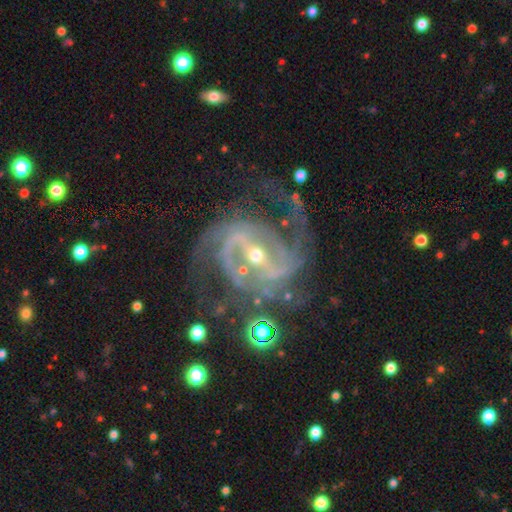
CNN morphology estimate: Smooth or featured? featured or disk (92%)
Edge-on disk? no (97%)
Bar? strong (61%)
Spiral arms? yes (98%)
Spiral winding? medium (53%)
Spiral arm count? 2 (65%)
Bulge size? small (60%)
Merging? none (61%)